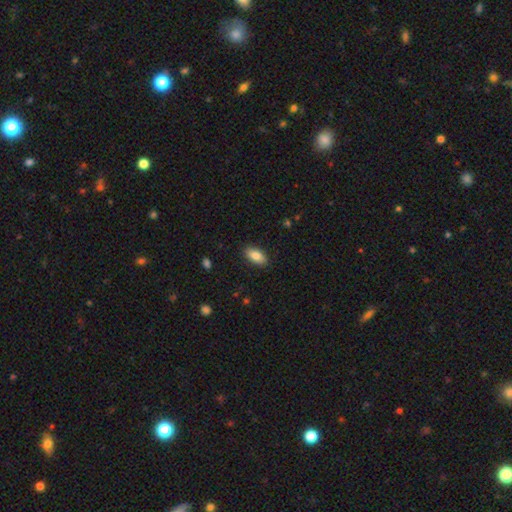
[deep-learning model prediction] The model was most divided on "smooth or featured": smooth: 85%, featured or disk: 8%, star or artifact: 7%. More confident: how rounded — in between (91%); merging — none (88%).